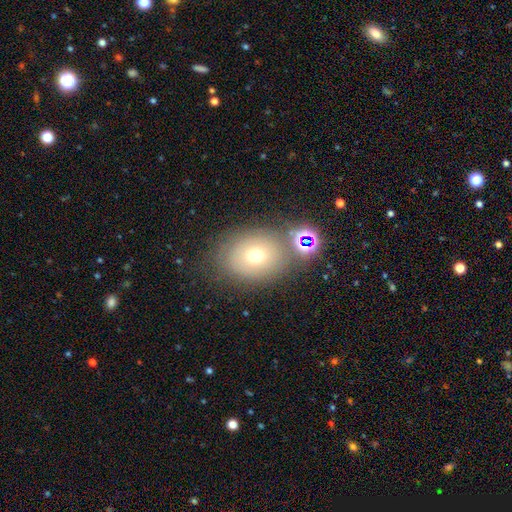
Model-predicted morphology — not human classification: Smooth or featured?
  - smooth: 55% *
  - featured or disk: 24%
  - star or artifact: 21%
How rounded?
  - in between: 54% *
  - round: 45%
  - cigar-shaped: 1%
Merging?
  - none: 71% *
  - minor disturbance: 14%
  - merger: 10%
  - major disturbance: 5%